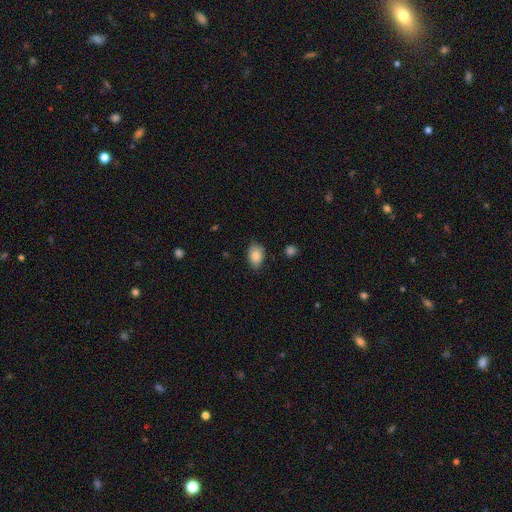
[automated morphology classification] A smooth galaxy with no disk features (85%) that is in between round and cigar-shaped (82%). Merging: none (70%).